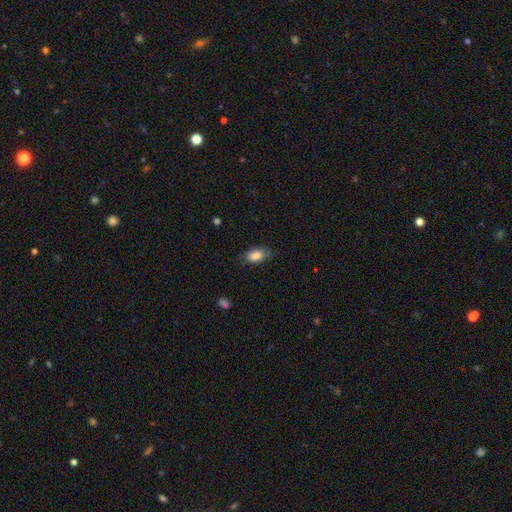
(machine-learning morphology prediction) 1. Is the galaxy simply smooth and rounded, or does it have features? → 84% smooth, 9% featured or disk, 7% star or artifact.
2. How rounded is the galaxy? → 90% in between, 5% cigar-shaped, 5% round.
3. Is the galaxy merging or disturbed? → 77% none, 18% minor disturbance, 4% major disturbance, 1% merger.